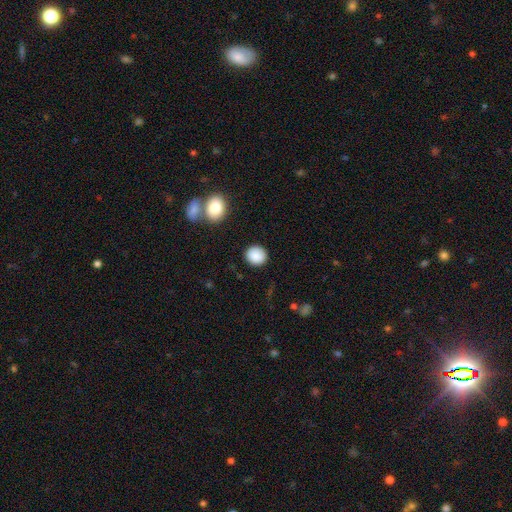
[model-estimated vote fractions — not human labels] Smooth or featured? Predicted: smooth (p=0.88). How rounded? Predicted: round (p=0.89). Merging? Predicted: none (p=0.90).